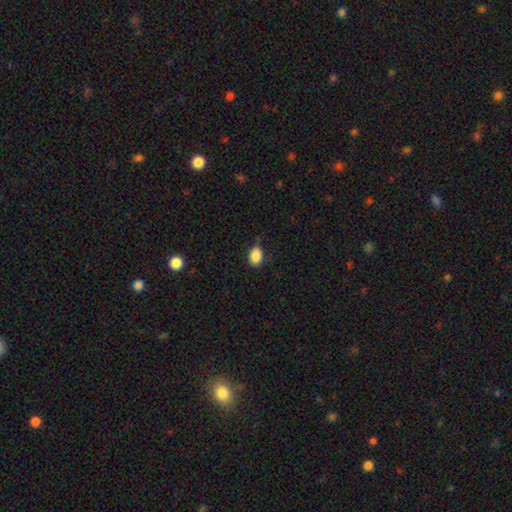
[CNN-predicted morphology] A smooth galaxy with no disk features (88%) that is in between round and cigar-shaped (80%). Merging: none (78%).